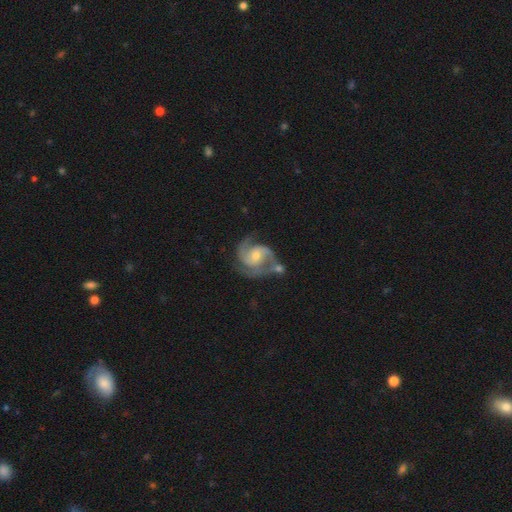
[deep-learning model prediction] Smooth or featured: featured or disk — 90% (smooth — 6%)
Edge-on disk: no — 98% (yes — 2%)
Bar: no — 52% (weak — 38%)
Spiral arms: yes — 98% (no — 2%)
Spiral winding: medium — 56% (tight — 30%)
Spiral arm count: 2 — 70% (3 — 19%)
Bulge size: moderate — 48% (small — 46%)
Merging: none — 58% (minor disturbance — 19%)